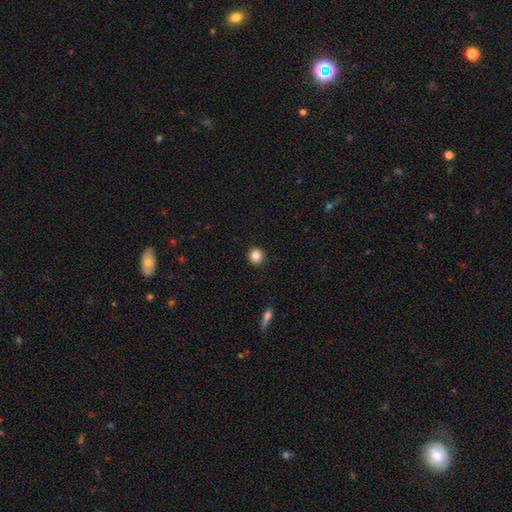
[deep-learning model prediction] Smooth or featured?
  - smooth: 85% *
  - star or artifact: 11%
  - featured or disk: 5%
How rounded?
  - round: 94% *
  - in between: 5%
  - cigar-shaped: 1%
Merging?
  - none: 93% *
  - minor disturbance: 4%
  - major disturbance: 1%
  - merger: 1%